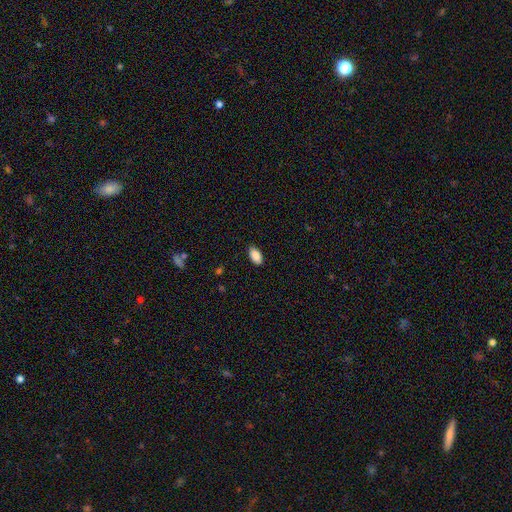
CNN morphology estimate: This appears to be a smooth galaxy with no disk features (89%) that is in between round and cigar-shaped (94%). Merging: none (85%).